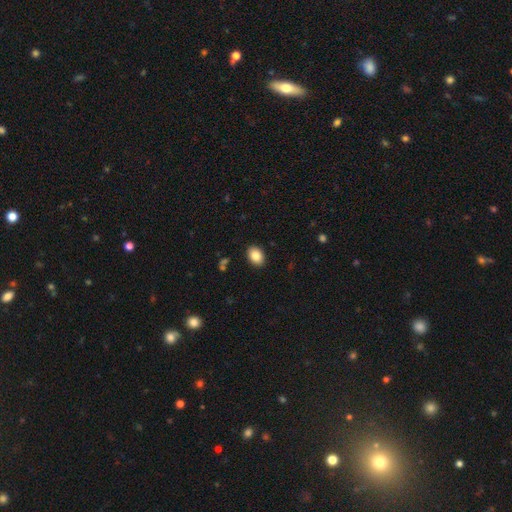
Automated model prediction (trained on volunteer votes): This appears to be a smooth galaxy with no disk features (86%) that is in between round and cigar-shaped (76%). Merging: none (90%).